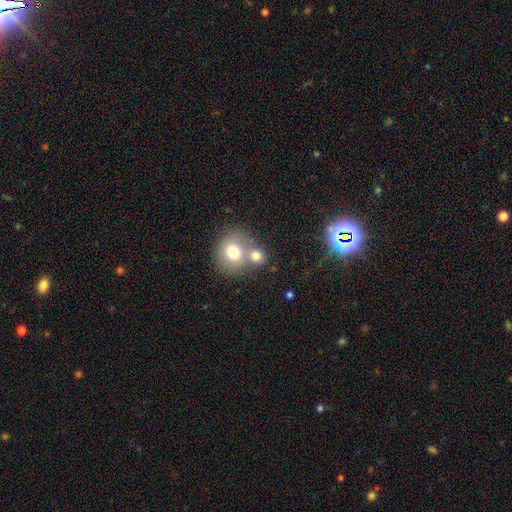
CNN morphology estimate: A smooth galaxy with no disk features (75%) that is round (76%).

Vote fractions:
- Smooth or featured? smooth: 75% / featured or disk: 14% / star or artifact: 11%
- How rounded? round: 76% / in between: 23% / cigar-shaped: 1%
- Merging? merger: 47% / none: 40% / minor disturbance: 8% / major disturbance: 4%